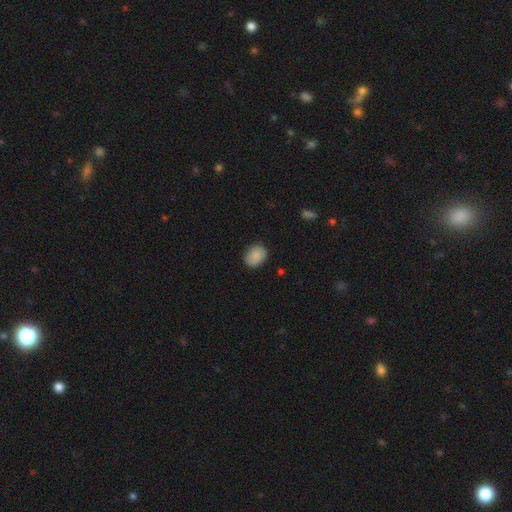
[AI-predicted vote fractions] Morphology: type=smooth (85%); roundness=round (55%); merging=none (83%).